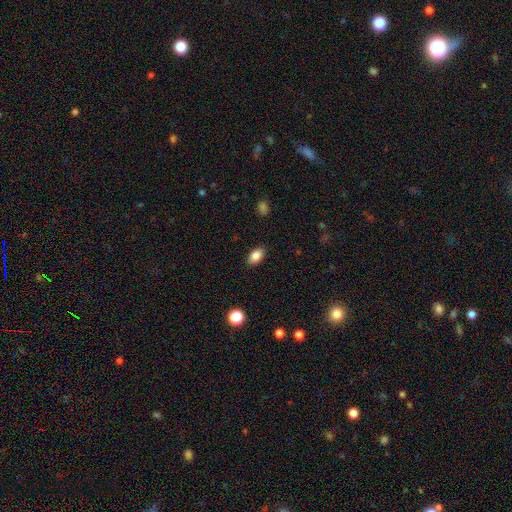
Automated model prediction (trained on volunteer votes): Overall: smooth (86%). How rounded: in between (89%). Merging: none (88%).